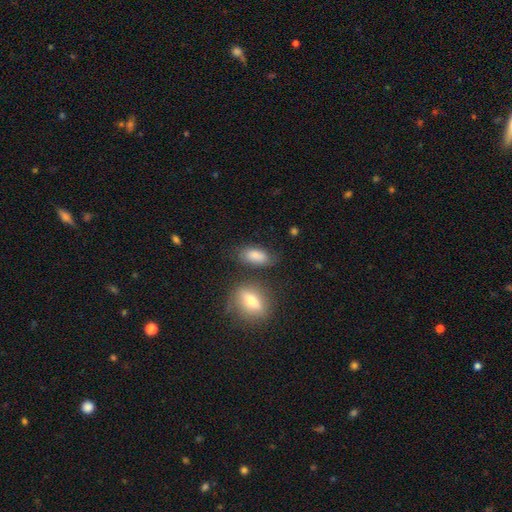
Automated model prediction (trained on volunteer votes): Smooth or featured: smooth — 80% (featured or disk — 12%)
How rounded: in between — 86% (cigar-shaped — 8%)
Merging: none — 66% (minor disturbance — 18%)